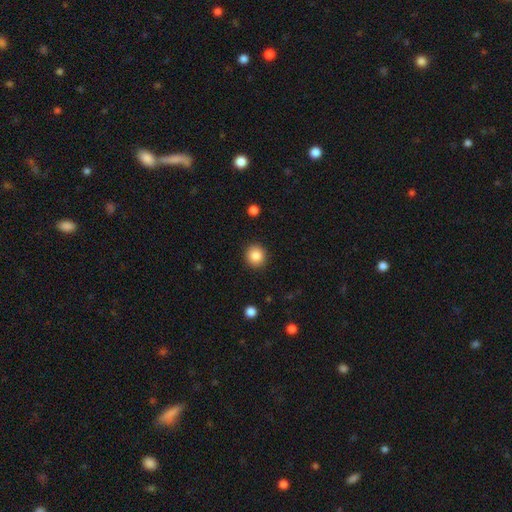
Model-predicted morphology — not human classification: A smooth galaxy with no disk features (85%) that is round (90%). Merging: none (91%).